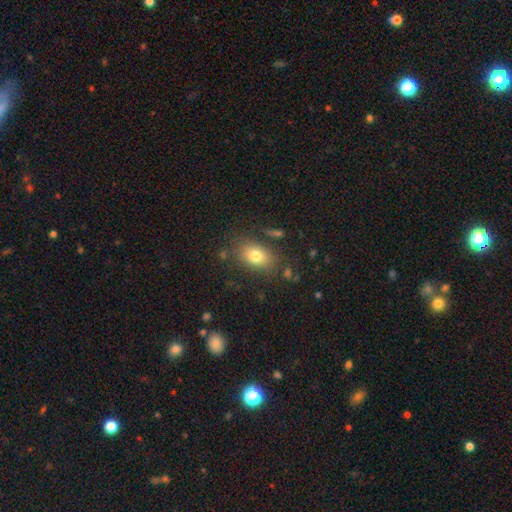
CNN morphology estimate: A smooth galaxy with no disk features (77%) that is in between round and cigar-shaped (77%). Merging: none (79%).